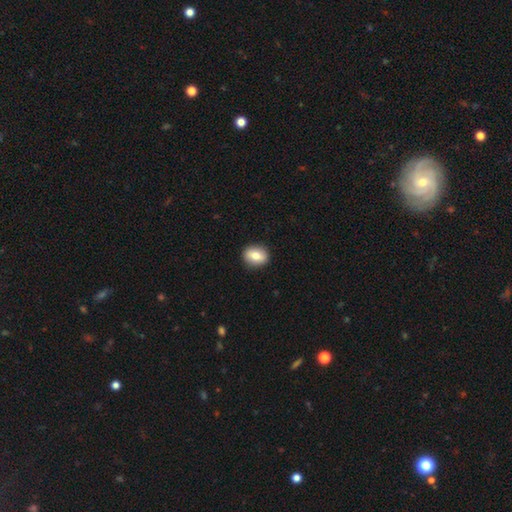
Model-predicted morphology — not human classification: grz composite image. It shows a smooth galaxy with no disk features (76%) that is round (51%). Merging: none (90%).